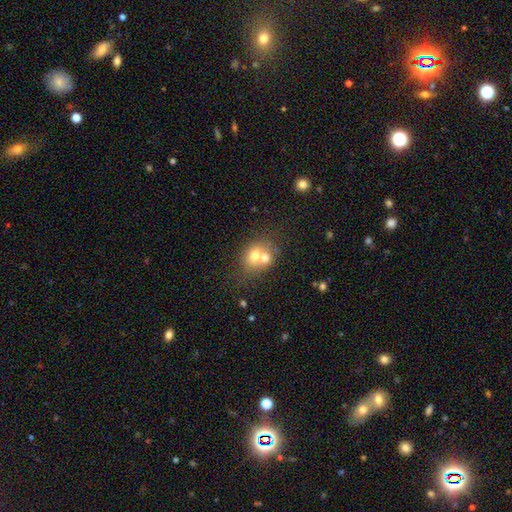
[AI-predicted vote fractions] smooth 65%, featured or disk 23%, star or artifact 11%. Down the decision tree: how rounded — round (60%); merging — merger (57%).